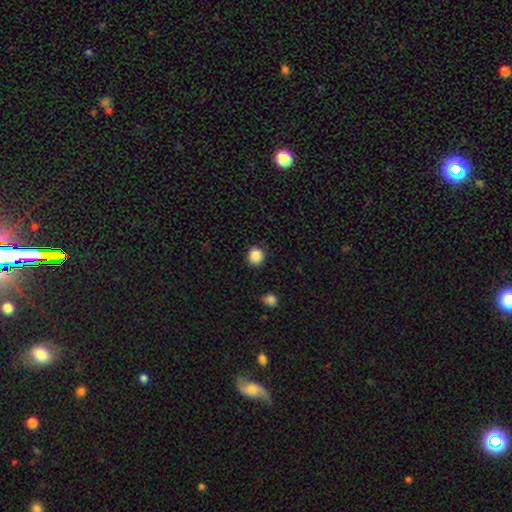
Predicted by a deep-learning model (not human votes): Smooth or featured?
  - smooth: 88% *
  - star or artifact: 9%
  - featured or disk: 2%
How rounded?
  - round: 90% *
  - in between: 9%
  - cigar-shaped: 1%
Merging?
  - none: 90% *
  - minor disturbance: 7%
  - major disturbance: 2%
  - merger: 1%